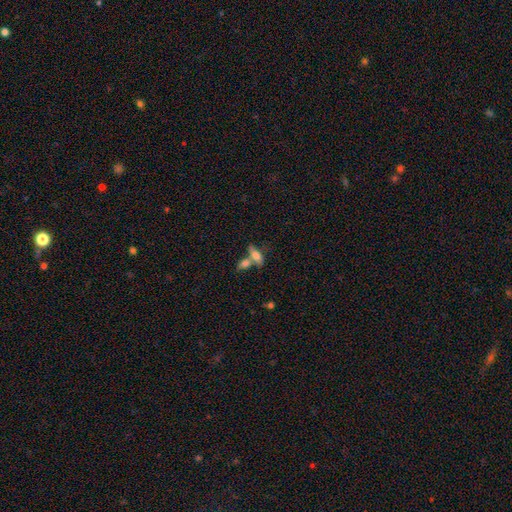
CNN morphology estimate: This is marginally a smooth galaxy (45%). Merging: possibly merger (47%).